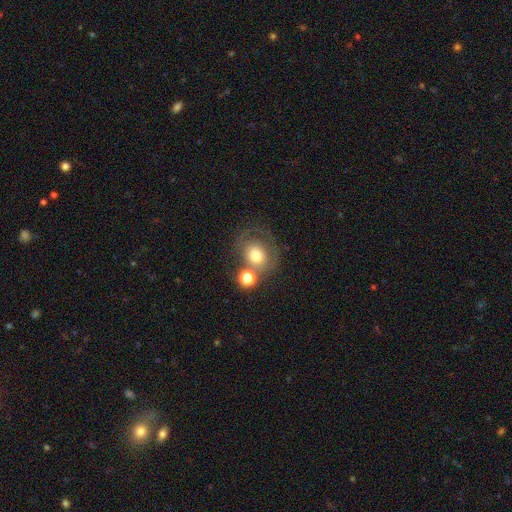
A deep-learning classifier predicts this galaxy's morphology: A smooth galaxy with no disk features (60%) that is round (70%).

Vote fractions:
- Smooth or featured? smooth: 60% / featured or disk: 29% / star or artifact: 12%
- How rounded? round: 70% / in between: 29% / cigar-shaped: 1%
- Merging? none: 47% / merger: 23% / minor disturbance: 16% / major disturbance: 14%